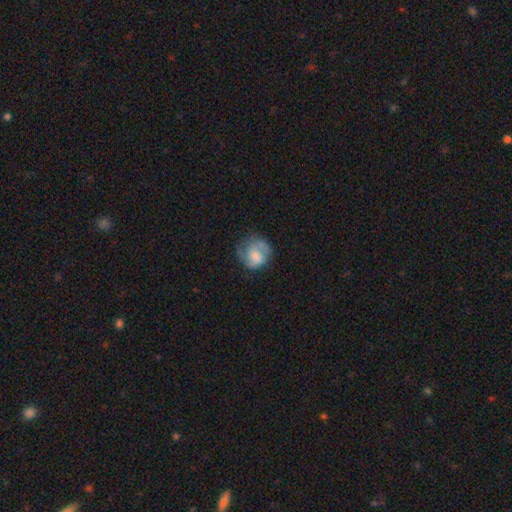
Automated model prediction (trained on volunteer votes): smooth_or_featured: featured or disk (p=0.49) [alt: smooth p=0.44]
merging: none (p=0.57) [alt: minor disturbance p=0.25]